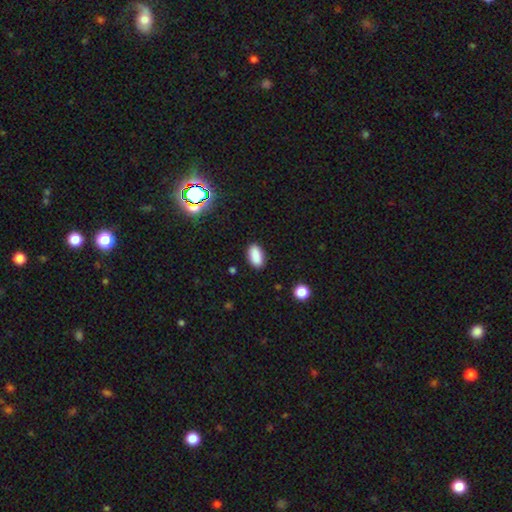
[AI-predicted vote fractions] smooth_or_featured: smooth (p=0.87) [alt: star or artifact p=0.09]
how_rounded: in between (p=0.90) [alt: cigar-shaped p=0.06]
merging: none (p=0.87) [alt: minor disturbance p=0.09]